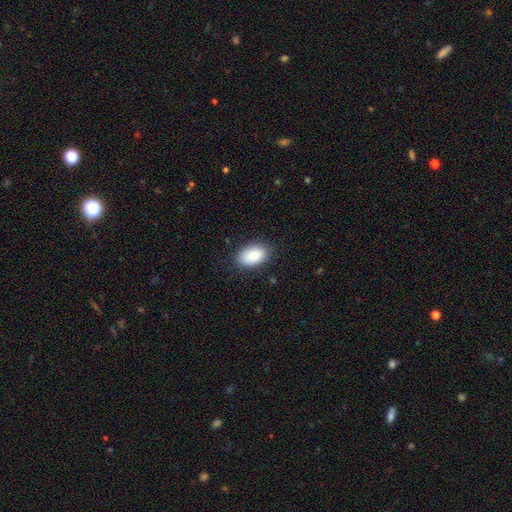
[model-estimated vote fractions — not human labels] Morphology: type=smooth (86%); roundness=in between (91%); merging=none (84%).